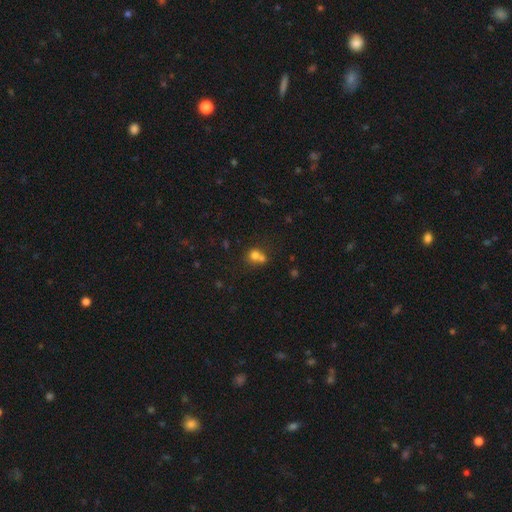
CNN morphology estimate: type=smooth (72%); roundness=round (75%); merging=merger (54%).